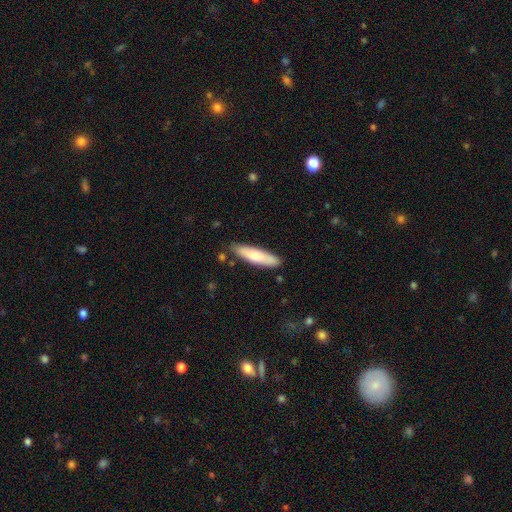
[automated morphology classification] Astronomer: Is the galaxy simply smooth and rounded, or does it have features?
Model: smooth — 72%.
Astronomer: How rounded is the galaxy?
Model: cigar-shaped — 73%.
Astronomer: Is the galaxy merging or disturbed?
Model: none — 85%.